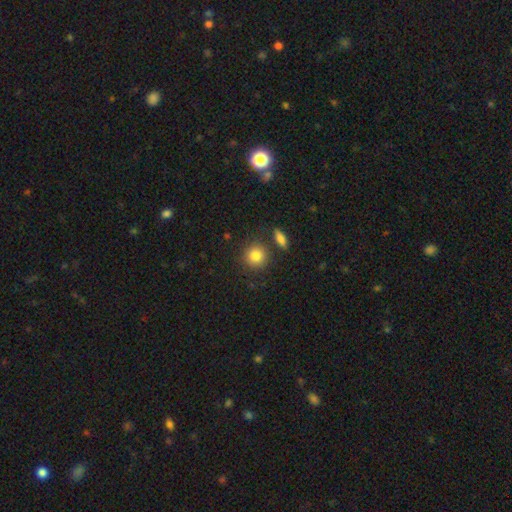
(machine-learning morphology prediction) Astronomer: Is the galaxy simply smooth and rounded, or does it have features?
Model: smooth — 84%.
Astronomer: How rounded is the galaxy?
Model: round — 88%.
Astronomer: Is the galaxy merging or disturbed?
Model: none — 81%.